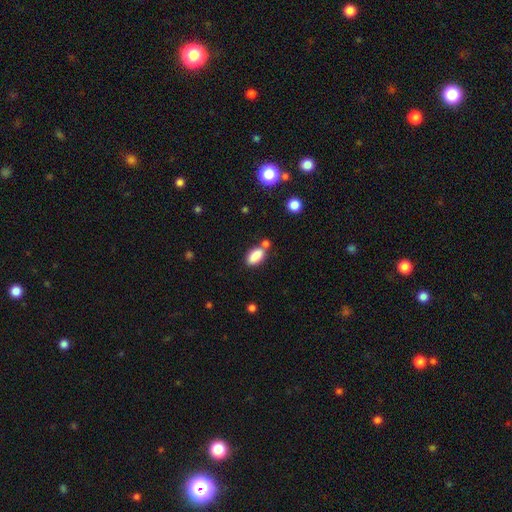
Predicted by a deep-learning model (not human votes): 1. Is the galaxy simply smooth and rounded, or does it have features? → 86% smooth, 8% star or artifact, 6% featured or disk.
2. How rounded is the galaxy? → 89% in between, 7% cigar-shaped, 4% round.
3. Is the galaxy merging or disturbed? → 64% none, 19% merger, 13% minor disturbance, 4% major disturbance.